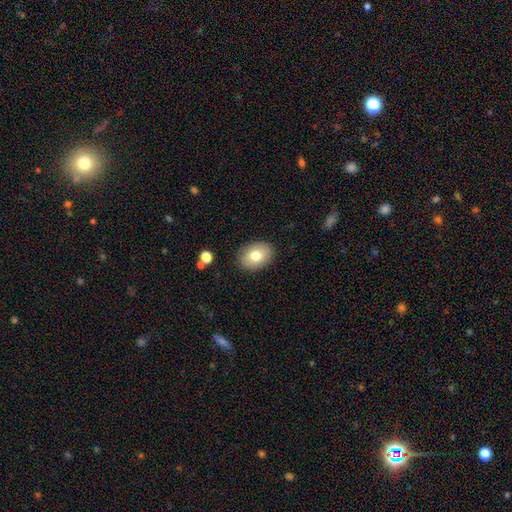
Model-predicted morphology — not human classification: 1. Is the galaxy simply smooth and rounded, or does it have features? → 78% smooth, 14% featured or disk, 8% star or artifact.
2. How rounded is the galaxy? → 73% in between, 26% round, 1% cigar-shaped.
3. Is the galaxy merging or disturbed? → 88% none, 9% minor disturbance, 2% major disturbance, 1% merger.